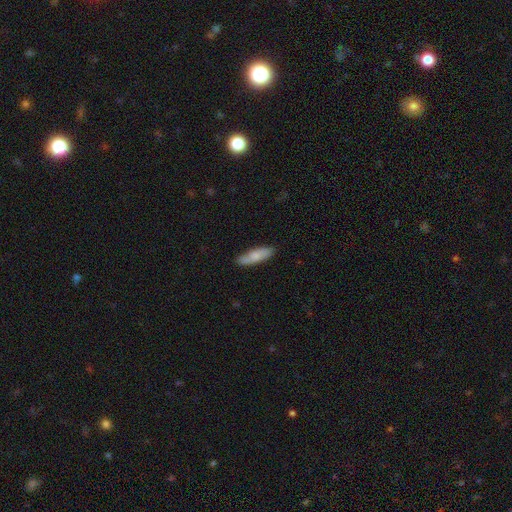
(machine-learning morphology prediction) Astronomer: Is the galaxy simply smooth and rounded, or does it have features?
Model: smooth — 73%.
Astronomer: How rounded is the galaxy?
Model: cigar-shaped — 54% (runner-up: in between, 45%).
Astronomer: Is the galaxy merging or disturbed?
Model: none — 80%.